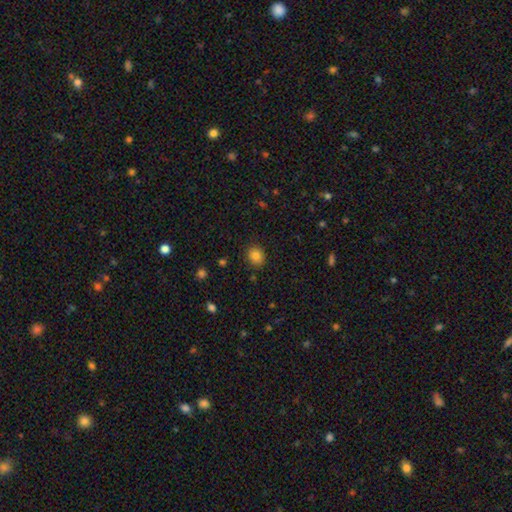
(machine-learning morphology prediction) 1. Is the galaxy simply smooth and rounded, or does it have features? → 83% smooth, 11% star or artifact, 5% featured or disk.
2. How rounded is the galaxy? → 71% round, 29% in between, 1% cigar-shaped.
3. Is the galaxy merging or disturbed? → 86% none, 10% minor disturbance, 3% major disturbance, 1% merger.